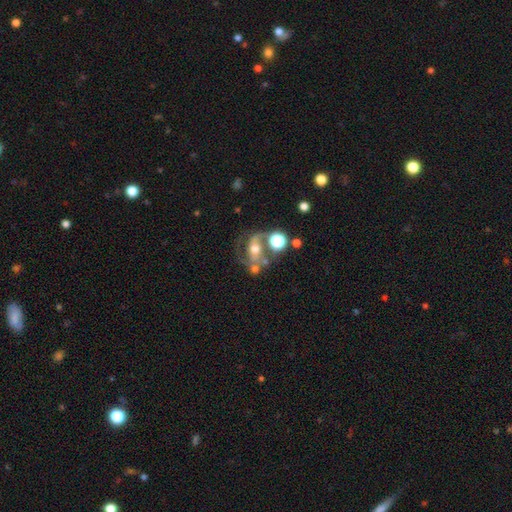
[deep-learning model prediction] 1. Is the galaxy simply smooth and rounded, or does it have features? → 70% featured or disk, 17% smooth, 13% star or artifact.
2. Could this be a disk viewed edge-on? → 95% no, 5% yes.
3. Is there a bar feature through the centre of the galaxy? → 47% no, 29% weak, 24% strong.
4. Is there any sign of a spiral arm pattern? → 76% yes, 24% no.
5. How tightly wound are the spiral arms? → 47% medium, 30% loose, 23% tight.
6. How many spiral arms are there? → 77% 2, 10% can't tell, 9% 1, 2% 3, 1% 4, 1% more than 4.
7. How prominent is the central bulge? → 65% moderate, 22% small, 9% large, 3% none, 2% dominant.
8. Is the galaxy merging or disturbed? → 45% none, 22% merger, 16% major disturbance, 16% minor disturbance.